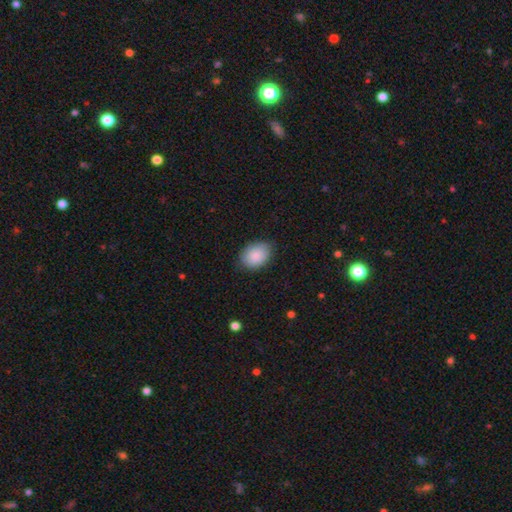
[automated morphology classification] Q: Smooth or featured?
A: smooth (88%); runner-up: star or artifact (6%)
Q: How rounded?
A: in between (75%); runner-up: round (24%)
Q: Merging?
A: none (79%); runner-up: minor disturbance (17%)